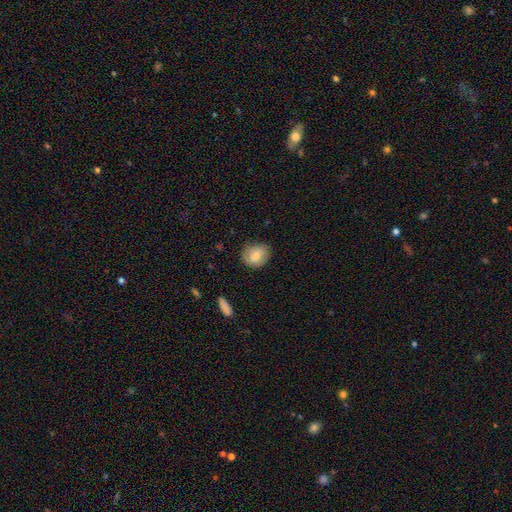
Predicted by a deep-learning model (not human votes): This is likely a smooth galaxy (76%). How rounded: likely round (63%). Merging: likely none (76%).